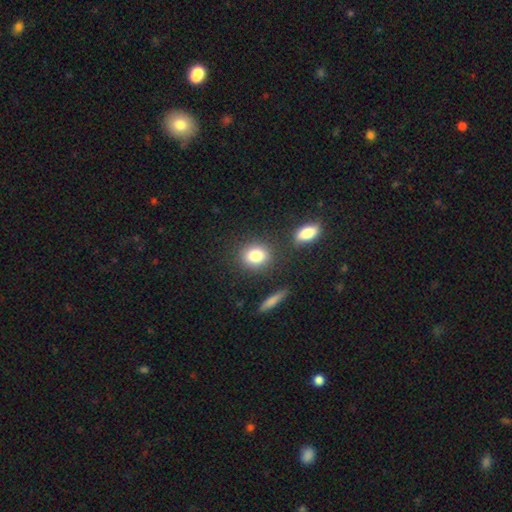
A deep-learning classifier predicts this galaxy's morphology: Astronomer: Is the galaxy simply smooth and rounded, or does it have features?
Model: smooth — 82%.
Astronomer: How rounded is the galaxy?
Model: round — 59% (runner-up: in between, 39%).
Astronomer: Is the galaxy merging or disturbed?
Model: none — 78%.